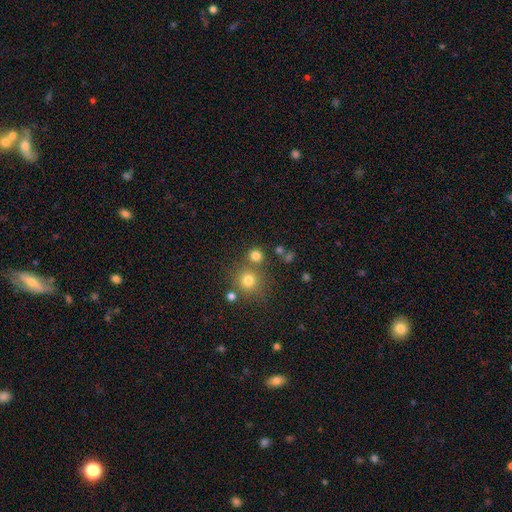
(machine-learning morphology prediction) A smooth galaxy with no disk features (77%) that is round (89%).

Vote fractions:
- Smooth or featured? smooth: 77% / star or artifact: 16% / featured or disk: 7%
- How rounded? round: 89% / in between: 10% / cigar-shaped: 1%
- Merging? none: 71% / merger: 18% / minor disturbance: 8% / major disturbance: 3%